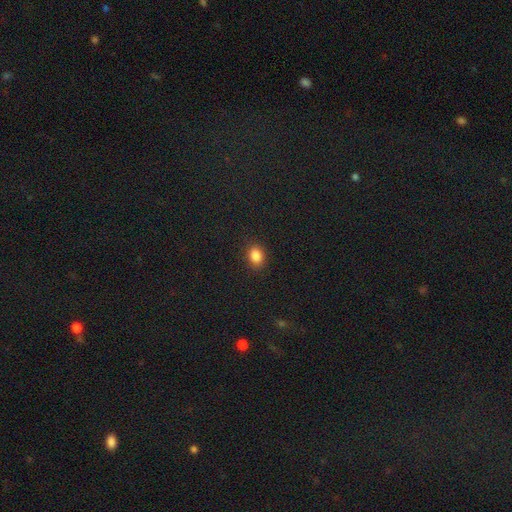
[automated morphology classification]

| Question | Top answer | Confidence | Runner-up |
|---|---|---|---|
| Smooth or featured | smooth | 85% | star or artifact (11%) |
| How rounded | in between | 58% | round (41%) |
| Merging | none | 88% | minor disturbance (8%) |